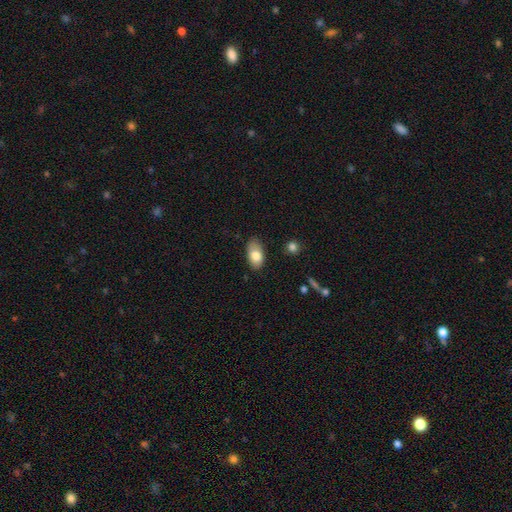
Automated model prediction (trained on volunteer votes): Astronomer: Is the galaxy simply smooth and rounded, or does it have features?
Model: smooth — 78%.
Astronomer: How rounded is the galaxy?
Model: in between — 92%.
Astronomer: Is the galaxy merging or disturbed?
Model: none — 77%.